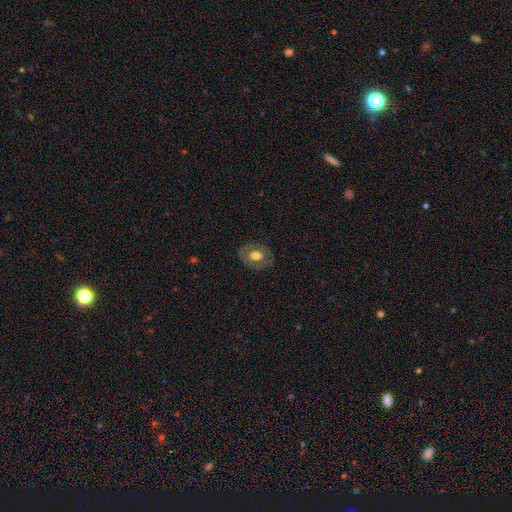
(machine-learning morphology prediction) This appears to be a smooth galaxy with no disk features (54%) that is in between round and cigar-shaped (64%). Merging: none (81%).